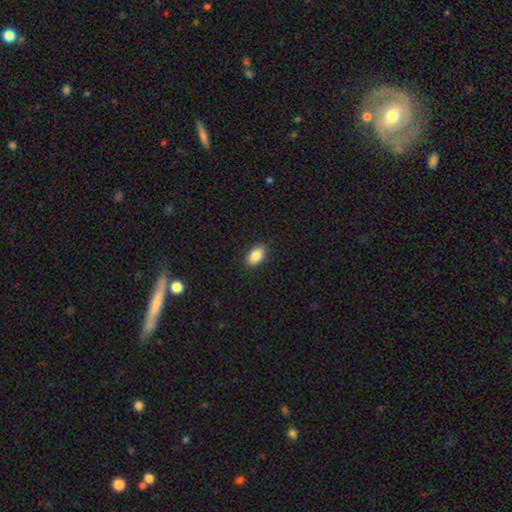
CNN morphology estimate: A smooth galaxy with no disk features (87%) that is in between round and cigar-shaped (93%).

Vote fractions:
- Smooth or featured? smooth: 87% / star or artifact: 7% / featured or disk: 5%
- How rounded? in between: 93% / round: 5% / cigar-shaped: 2%
- Merging? none: 89% / minor disturbance: 8% / major disturbance: 2% / merger: 1%